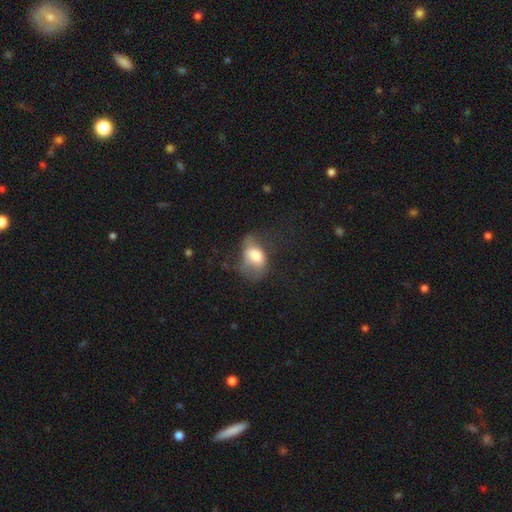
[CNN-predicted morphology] Smooth or featured: smooth — 67% (featured or disk — 25%)
How rounded: in between — 82% (round — 16%)
Merging: none — 35% (major disturbance — 33%)